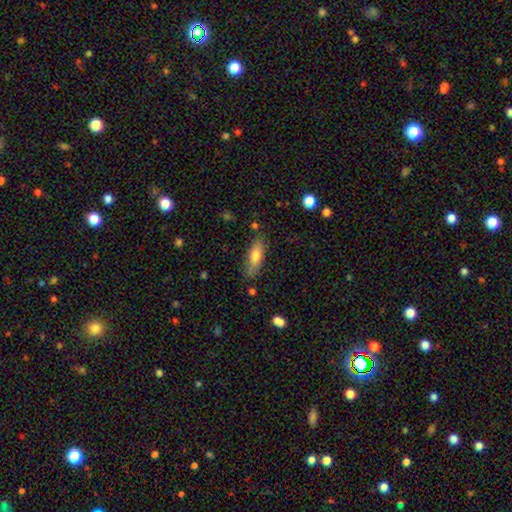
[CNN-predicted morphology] Smooth or featured: smooth — 73% (featured or disk — 20%)
How rounded: in between — 60% (cigar-shaped — 38%)
Merging: none — 78% (minor disturbance — 15%)